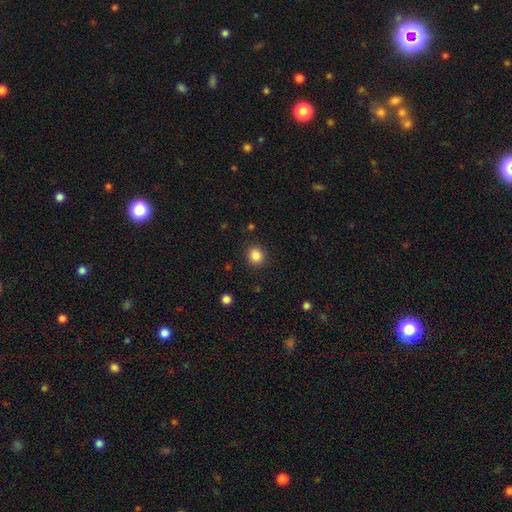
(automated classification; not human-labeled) A smooth galaxy with no disk features (87%) that is round (84%).

Vote fractions:
- Smooth or featured? smooth: 87% / star or artifact: 10% / featured or disk: 3%
- How rounded? round: 84% / in between: 15% / cigar-shaped: 1%
- Merging? none: 89% / minor disturbance: 7% / major disturbance: 3% / merger: 1%